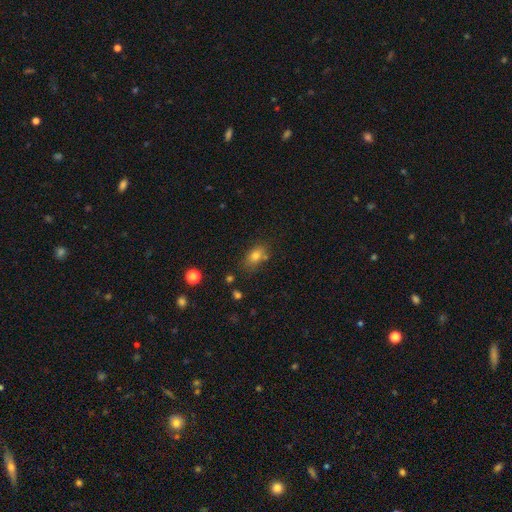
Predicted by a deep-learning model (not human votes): A smooth galaxy with no disk features (77%) that is in between round and cigar-shaped (76%).

Vote fractions:
- Smooth or featured? smooth: 77% / star or artifact: 13% / featured or disk: 10%
- How rounded? in between: 76% / round: 21% / cigar-shaped: 3%
- Merging? none: 70% / minor disturbance: 17% / merger: 9% / major disturbance: 5%